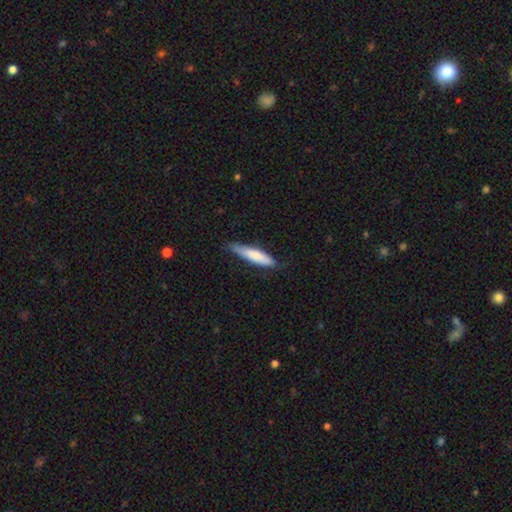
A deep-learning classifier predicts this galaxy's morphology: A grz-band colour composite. It shows a smooth galaxy with no disk features (76%) that is cigar-shaped (76%). Merging: none (73%).